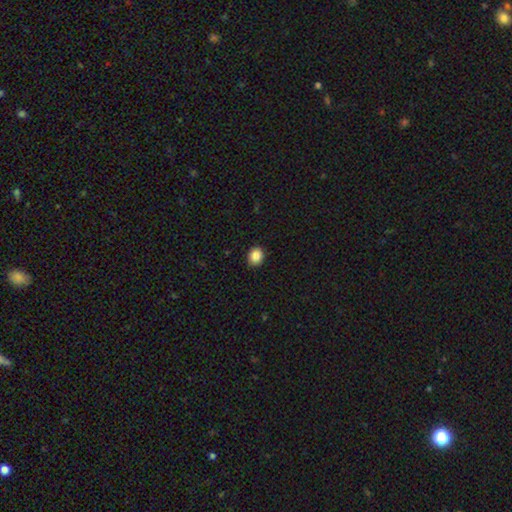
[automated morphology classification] This appears to be a smooth galaxy with no disk features (87%) that is round (65%). Merging: none (91%).